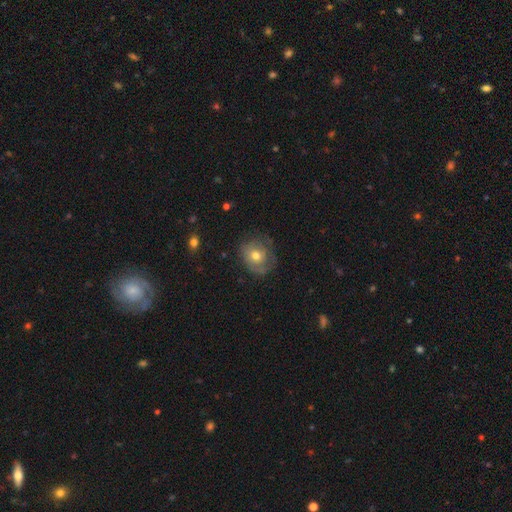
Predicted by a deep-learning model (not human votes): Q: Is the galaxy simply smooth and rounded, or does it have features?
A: smooth — 51%.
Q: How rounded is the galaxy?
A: round — 68%.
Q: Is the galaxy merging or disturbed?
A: none — 60%.